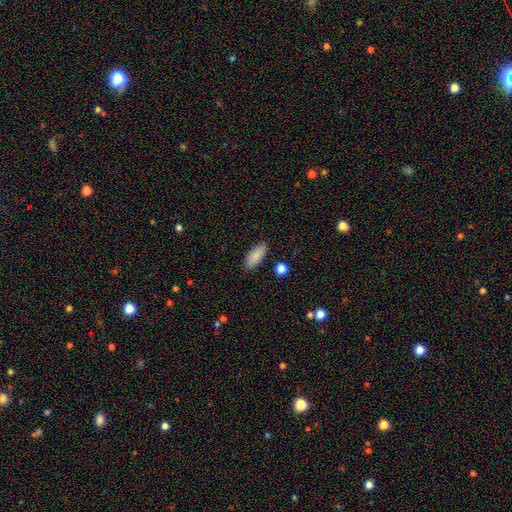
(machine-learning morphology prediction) This is clearly a smooth galaxy (87%). How rounded: clearly in between (82%). Merging: clearly none (87%).